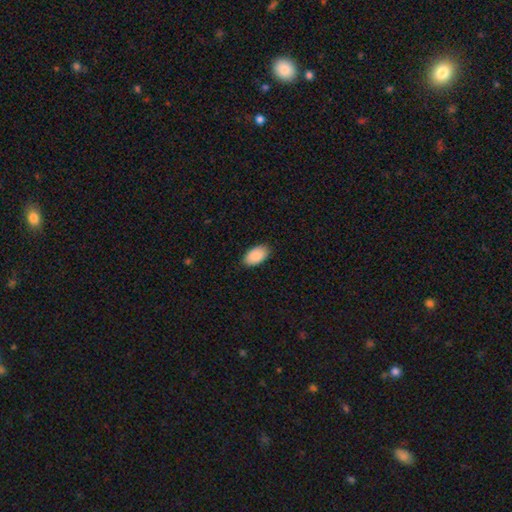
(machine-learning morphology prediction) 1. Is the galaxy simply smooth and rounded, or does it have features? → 91% smooth, 6% star or artifact, 3% featured or disk.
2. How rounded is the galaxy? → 95% in between, 3% round, 2% cigar-shaped.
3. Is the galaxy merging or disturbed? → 86% none, 11% minor disturbance, 2% major disturbance, 1% merger.